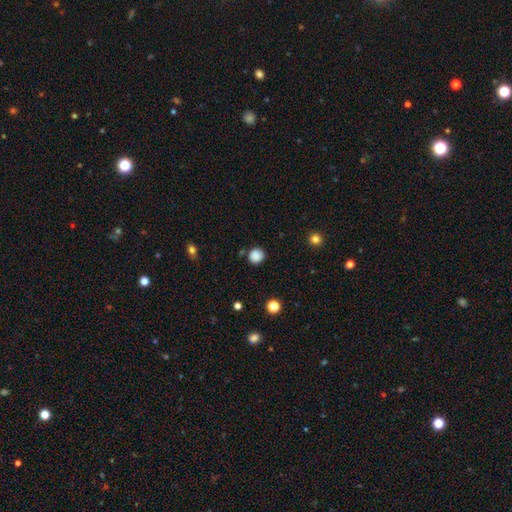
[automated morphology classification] The model was most divided on "smooth or featured": smooth: 86%, star or artifact: 11%, featured or disk: 3%. More confident: how rounded — round (90%); merging — none (85%).